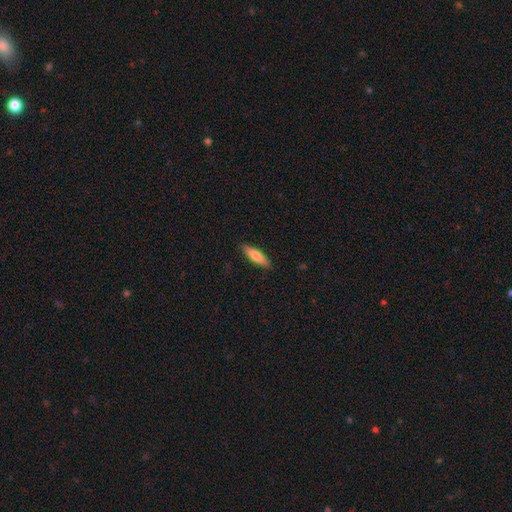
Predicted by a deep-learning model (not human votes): The model was most divided on "how rounded": cigar-shaped: 65%, in between: 33%, round: 2%. More confident: merging — none (89%); smooth or featured — smooth (70%).